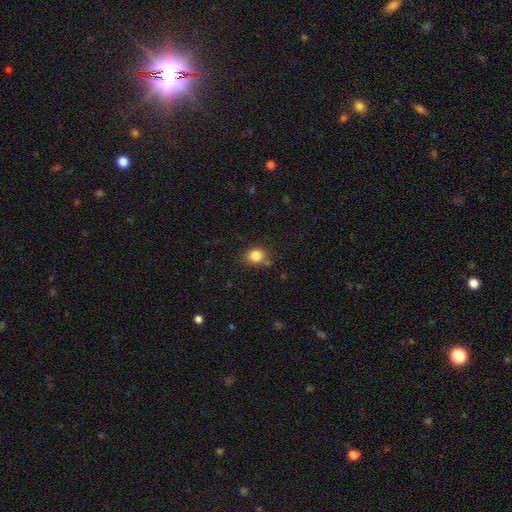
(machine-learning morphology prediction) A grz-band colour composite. It shows a smooth galaxy with no disk features (83%) that is round (68%). Merging: none (72%).